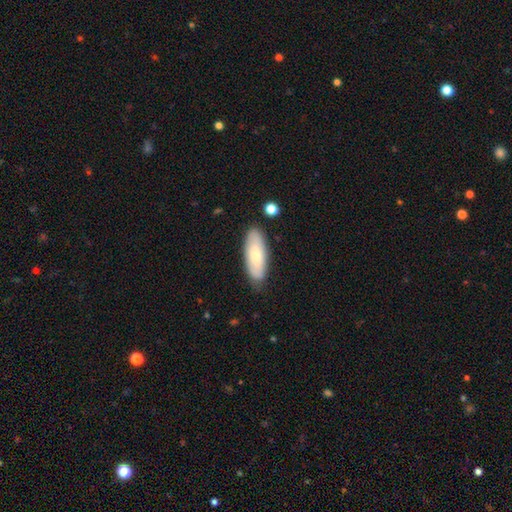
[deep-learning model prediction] A smooth galaxy with no disk features (66%) that is in between round and cigar-shaped (72%).

Vote fractions:
- Smooth or featured? smooth: 66% / featured or disk: 28% / star or artifact: 6%
- How rounded? in between: 72% / cigar-shaped: 26% / round: 2%
- Merging? none: 81% / minor disturbance: 14% / major disturbance: 3% / merger: 2%